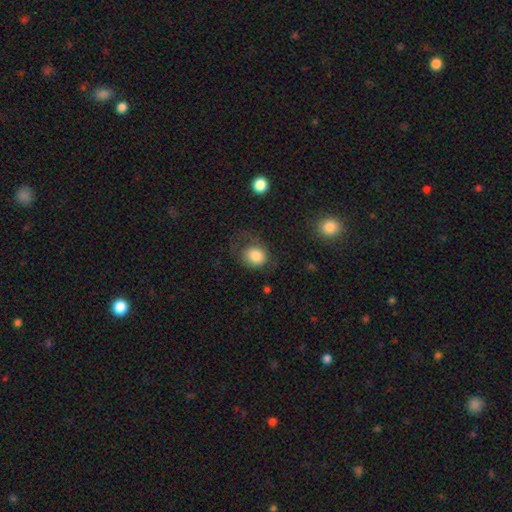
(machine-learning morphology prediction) This is clearly a smooth galaxy (82%). How rounded: likely round (64%). Merging: possibly none (50%).